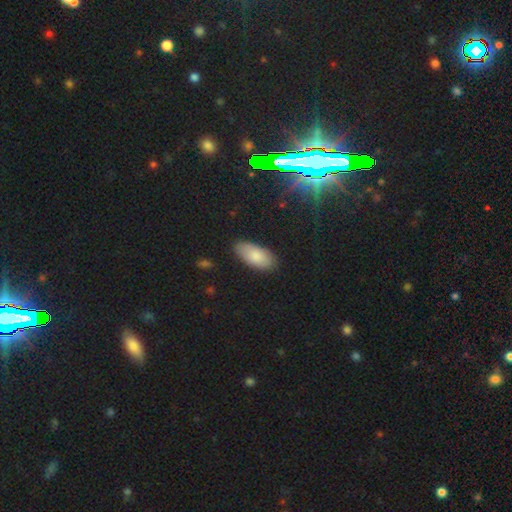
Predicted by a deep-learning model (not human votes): This appears to be a smooth galaxy with no disk features (80%) that is in between round and cigar-shaped (90%). Merging: none (81%).